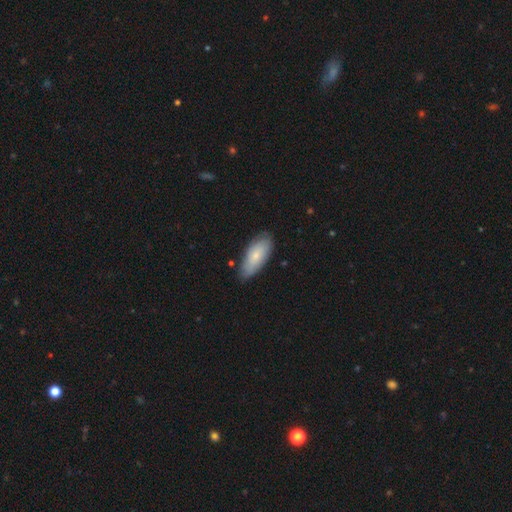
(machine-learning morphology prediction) smooth 70%, featured or disk 24%, star or artifact 6%. Down the decision tree: how rounded — in between (83%); merging — none (77%).